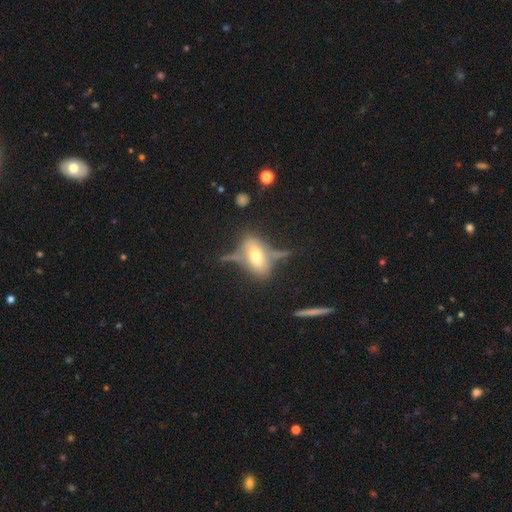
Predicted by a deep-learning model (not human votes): The model was most divided on "smooth or featured": featured or disk: 56%, smooth: 34%, star or artifact: 10%. More confident: edge-on disk — yes (64%); merging — none (60%).